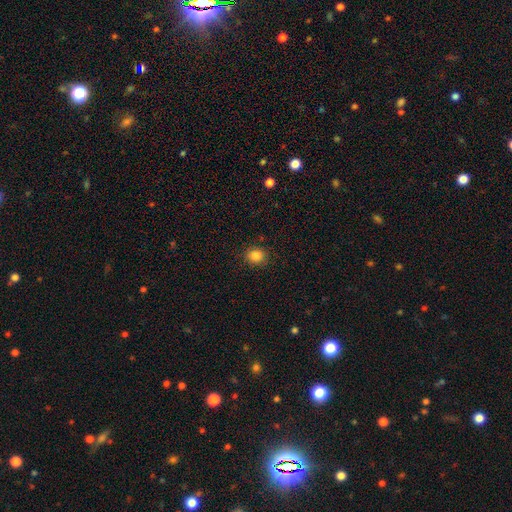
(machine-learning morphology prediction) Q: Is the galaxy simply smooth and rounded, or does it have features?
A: smooth — 85%.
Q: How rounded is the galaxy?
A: round — 74%.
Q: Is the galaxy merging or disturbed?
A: none — 89%.